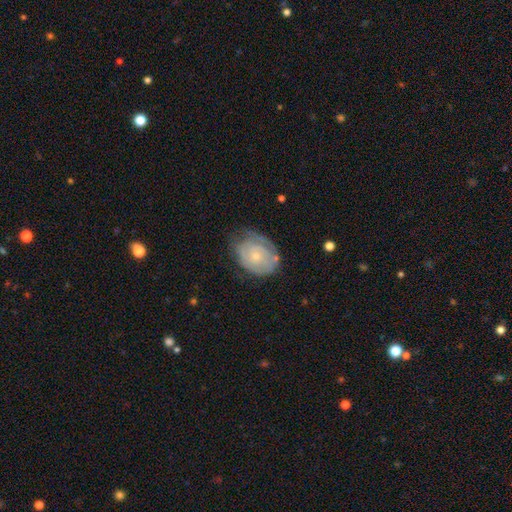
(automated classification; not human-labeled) The model was most divided on "smooth or featured": featured or disk: 58%, smooth: 35%, star or artifact: 6%. More confident: edge-on disk — no (97%); bar — no (83%); spiral arms — yes (70%); bulge size — small (69%); merging — none (55%).